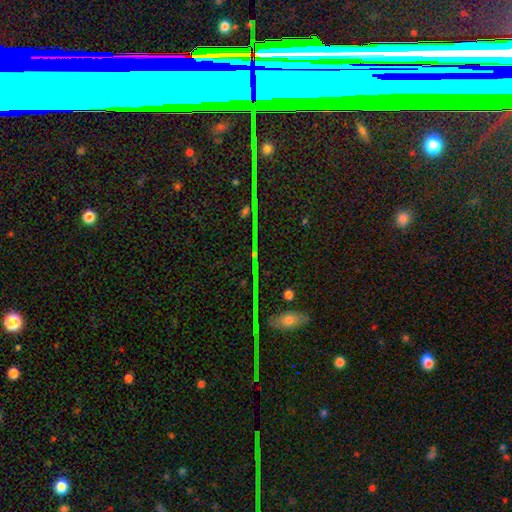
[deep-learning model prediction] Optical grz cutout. It shows a star or artifact, not a galaxy (61%).